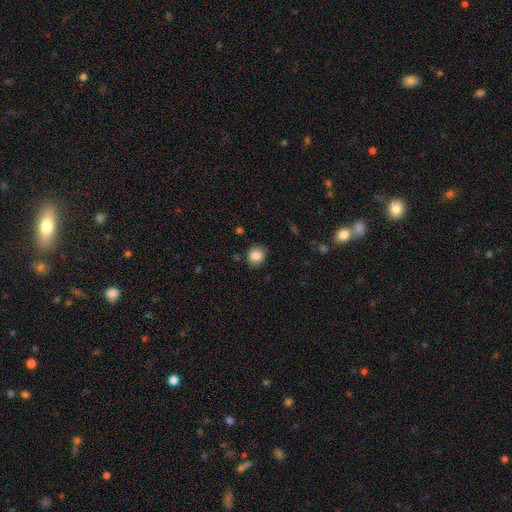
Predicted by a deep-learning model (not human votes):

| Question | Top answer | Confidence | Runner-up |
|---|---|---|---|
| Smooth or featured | smooth | 84% | star or artifact (9%) |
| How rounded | round | 74% | in between (25%) |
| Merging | none | 86% | minor disturbance (11%) |